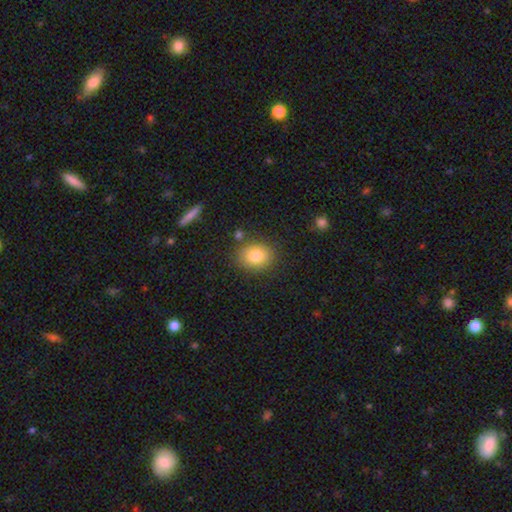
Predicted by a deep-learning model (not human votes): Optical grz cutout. It shows a smooth galaxy with no disk features (82%) that is round (51%). Merging: none (82%).